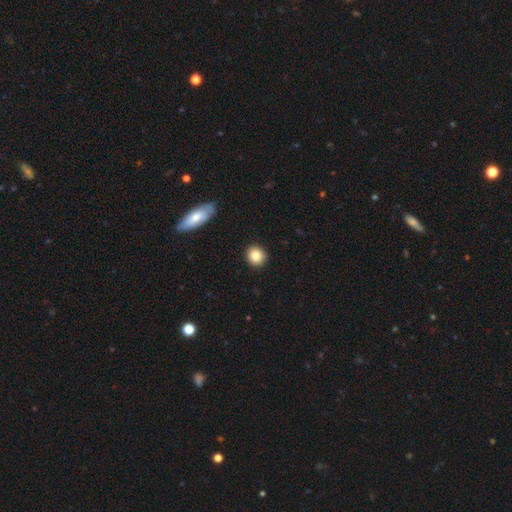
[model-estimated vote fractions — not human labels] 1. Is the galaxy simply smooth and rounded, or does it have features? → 85% smooth, 9% star or artifact, 6% featured or disk.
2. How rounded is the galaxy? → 86% round, 13% in between, 1% cigar-shaped.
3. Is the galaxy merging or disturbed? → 91% none, 6% minor disturbance, 2% major disturbance, 1% merger.